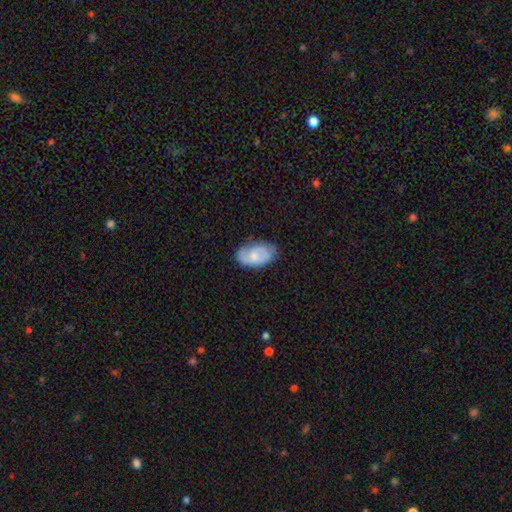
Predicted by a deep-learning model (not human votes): Q: Smooth or featured?
A: smooth (54%); runner-up: featured or disk (39%)
Q: How rounded?
A: in between (92%); runner-up: round (7%)
Q: Merging?
A: none (66%); runner-up: minor disturbance (26%)